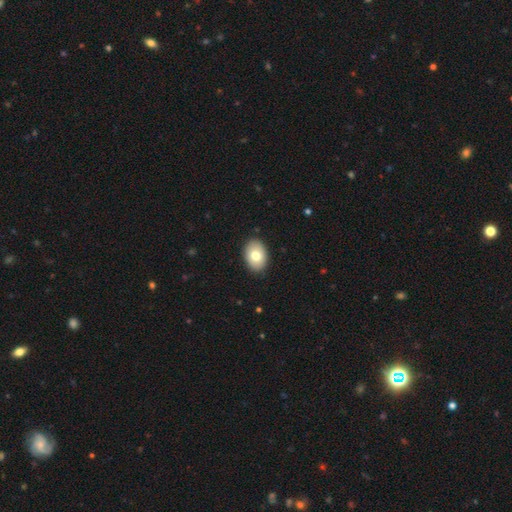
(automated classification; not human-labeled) Smooth or featured: smooth — 77% (featured or disk — 16%)
How rounded: in between — 81% (round — 18%)
Merging: none — 89% (minor disturbance — 8%)